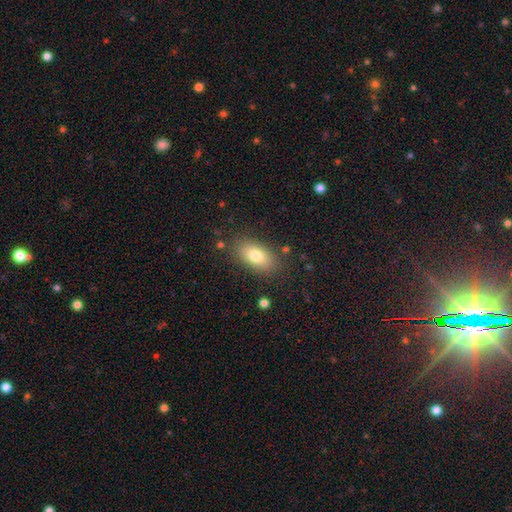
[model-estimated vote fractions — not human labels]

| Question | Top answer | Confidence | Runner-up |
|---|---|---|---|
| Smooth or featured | smooth | 78% | featured or disk (13%) |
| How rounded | in between | 89% | round (7%) |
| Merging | none | 83% | minor disturbance (11%) |